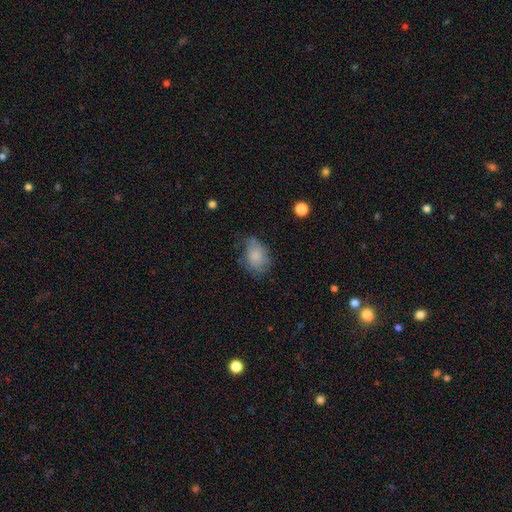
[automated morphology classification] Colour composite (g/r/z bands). It shows a smooth galaxy with no disk features (70%) that is in between round and cigar-shaped (75%). Merging: none (51%).